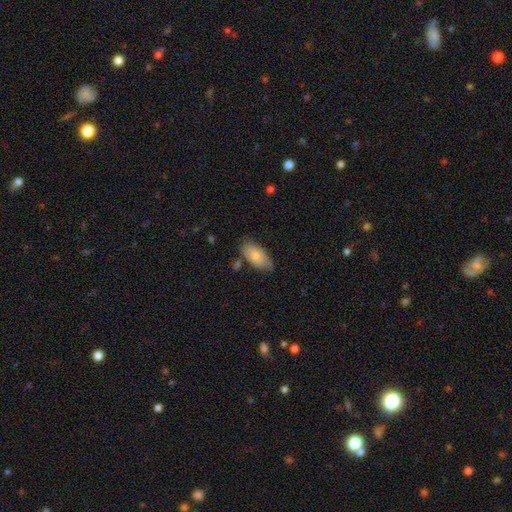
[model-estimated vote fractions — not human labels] Q: Smooth or featured?
A: smooth (77%); runner-up: featured or disk (18%)
Q: How rounded?
A: in between (92%); runner-up: cigar-shaped (5%)
Q: Merging?
A: none (70%); runner-up: minor disturbance (21%)